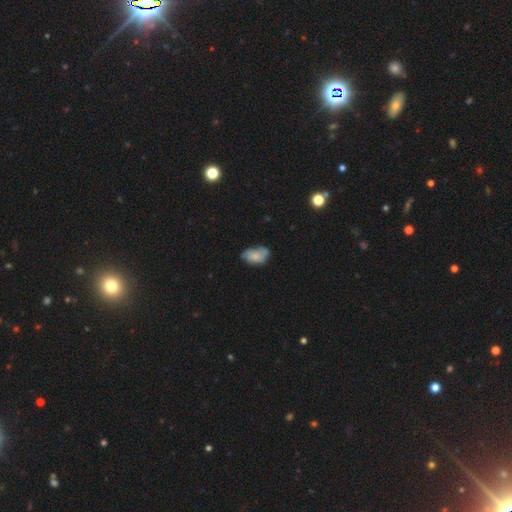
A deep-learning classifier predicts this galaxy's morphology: This appears to be a smooth galaxy with no disk features (58%) that is in between round and cigar-shaped (89%). Merging: none (47%).